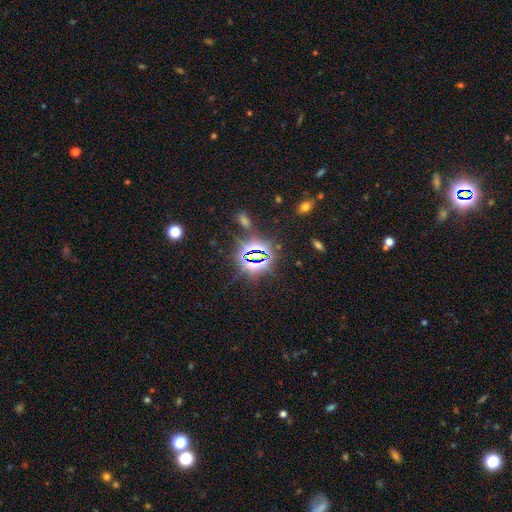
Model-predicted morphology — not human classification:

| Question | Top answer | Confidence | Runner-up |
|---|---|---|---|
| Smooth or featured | star or artifact | 81% | smooth (11%) |